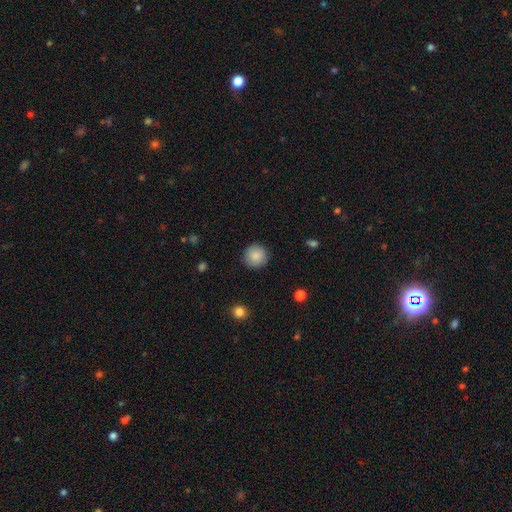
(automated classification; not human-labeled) A smooth galaxy with no disk features (87%) that is round (95%).

Vote fractions:
- Smooth or featured? smooth: 87% / star or artifact: 8% / featured or disk: 5%
- How rounded? round: 95% / in between: 4% / cigar-shaped: 1%
- Merging? none: 90% / minor disturbance: 7% / major disturbance: 2% / merger: 1%